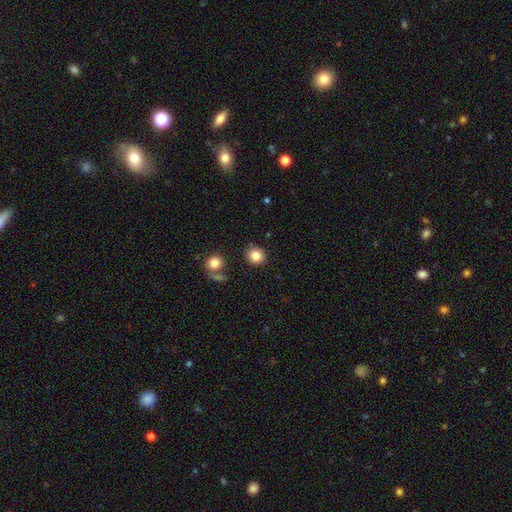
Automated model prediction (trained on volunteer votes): Smooth or featured? Predicted: smooth (p=0.84). How rounded? Predicted: round (p=0.87). Merging? Predicted: none (p=0.87).